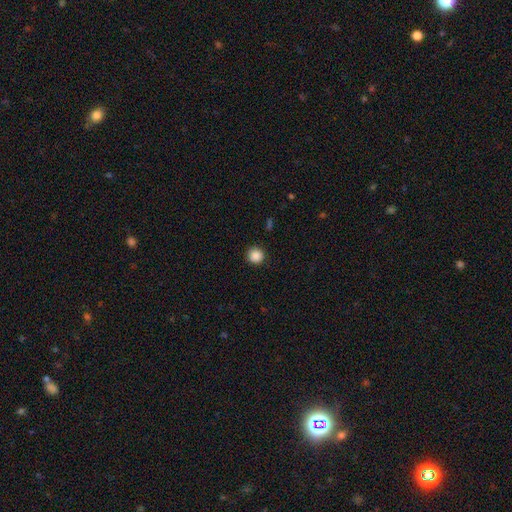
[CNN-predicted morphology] Smooth or featured?
  - smooth: 88% *
  - star or artifact: 10%
  - featured or disk: 3%
How rounded?
  - round: 95% *
  - in between: 4%
  - cigar-shaped: 1%
Merging?
  - none: 91% *
  - minor disturbance: 6%
  - major disturbance: 2%
  - merger: 1%